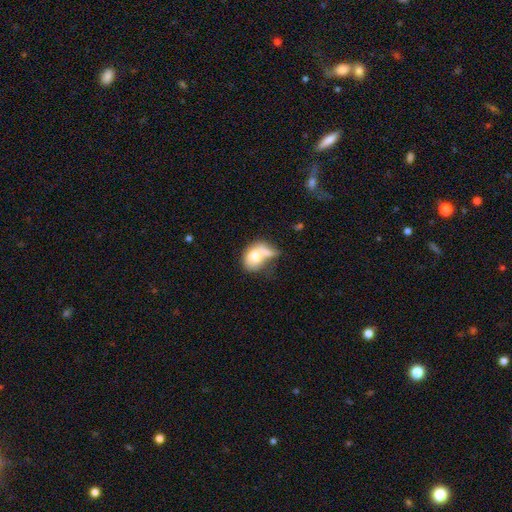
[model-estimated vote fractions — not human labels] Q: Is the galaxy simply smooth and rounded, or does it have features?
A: smooth — 68%.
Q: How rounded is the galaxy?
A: in between — 63%.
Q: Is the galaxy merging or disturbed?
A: merger — 41%.